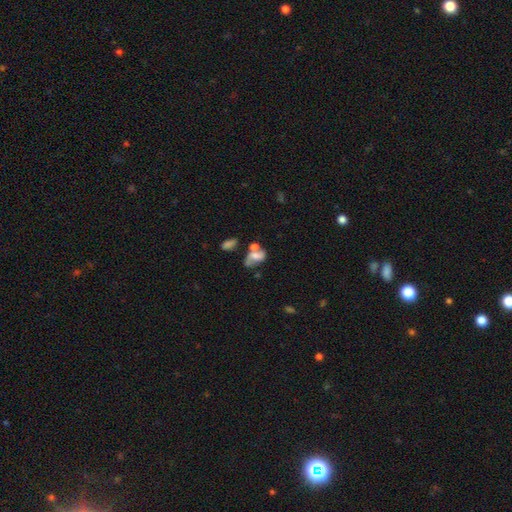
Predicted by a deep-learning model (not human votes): smooth 46%, featured or disk 43%, star or artifact 11%. Down the decision tree: merging — merger (39%).